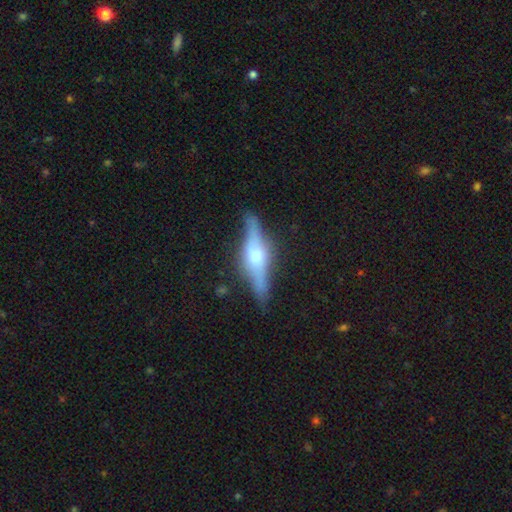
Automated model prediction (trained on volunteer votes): Smooth or featured? featured or disk (76%)
Edge-on disk? yes (96%)
Edge-on bulge? rounded (87%)
Merging? none (83%)